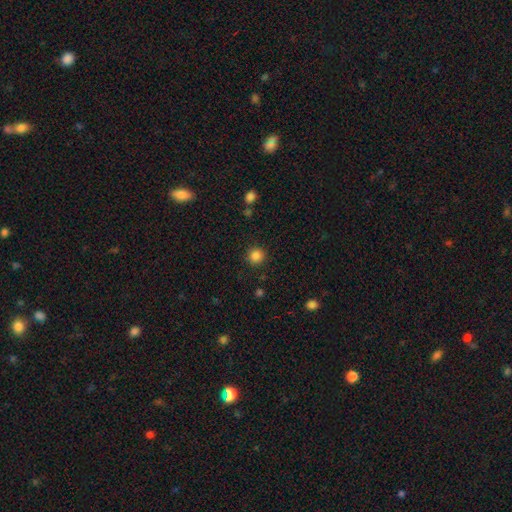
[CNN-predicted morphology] Smooth or featured?
  - smooth: 85% *
  - star or artifact: 12%
  - featured or disk: 3%
How rounded?
  - round: 93% *
  - in between: 6%
  - cigar-shaped: 1%
Merging?
  - none: 90% *
  - minor disturbance: 6%
  - major disturbance: 2%
  - merger: 1%